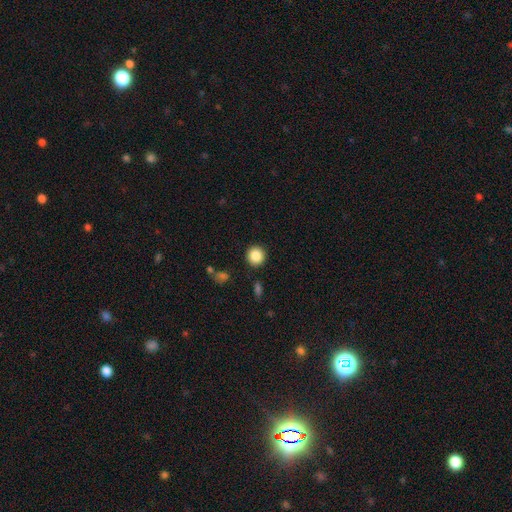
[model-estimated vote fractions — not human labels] The model was most divided on "smooth or featured": smooth: 87%, star or artifact: 9%, featured or disk: 4%. More confident: how rounded — round (92%); merging — none (90%).